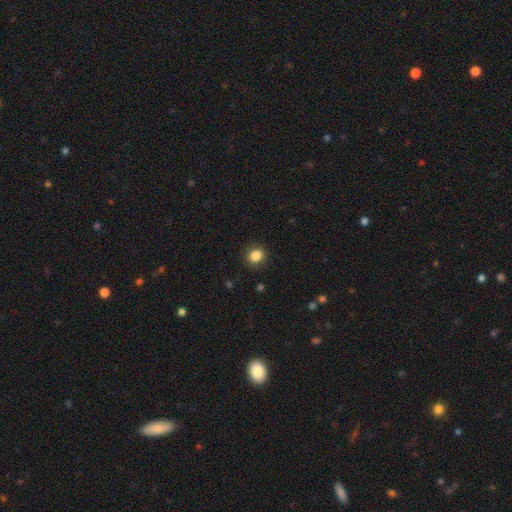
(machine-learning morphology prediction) Smooth or featured: smooth — 86% (star or artifact — 10%)
How rounded: round — 84% (in between — 15%)
Merging: none — 90% (minor disturbance — 7%)